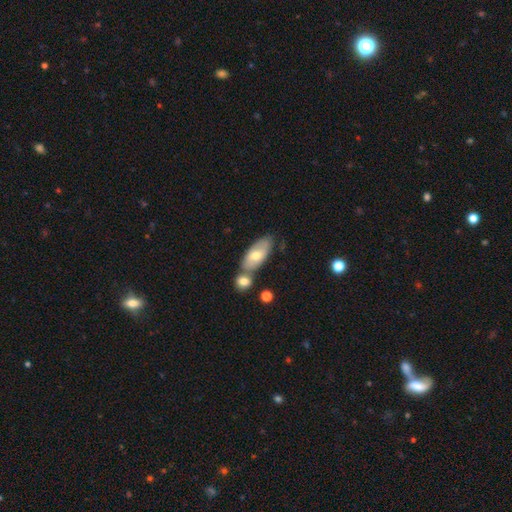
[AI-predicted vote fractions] A smooth galaxy with no disk features (58%) that is in between round and cigar-shaped (86%). Merging: none (49%).